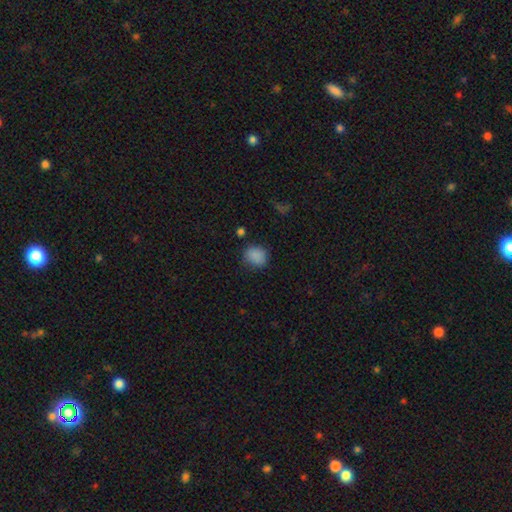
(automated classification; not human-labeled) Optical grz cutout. It shows a smooth galaxy with no disk features (85%) that is round (68%). Merging: none (78%).